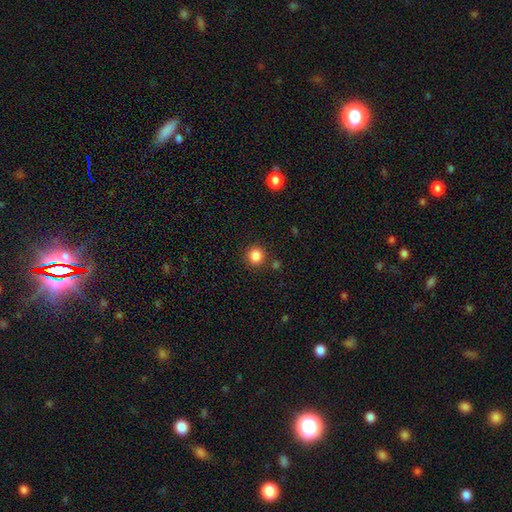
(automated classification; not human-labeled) This appears to be a smooth galaxy with no disk features (85%) that is round (92%). Merging: none (87%).